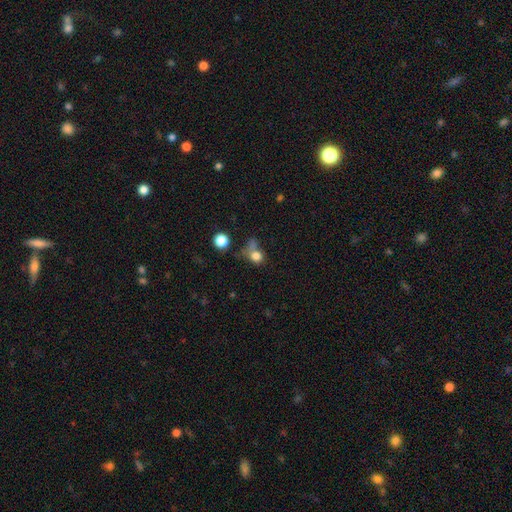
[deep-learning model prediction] This appears to be a smooth galaxy with no disk features (77%) that is round (74%). Merging: none (42%).